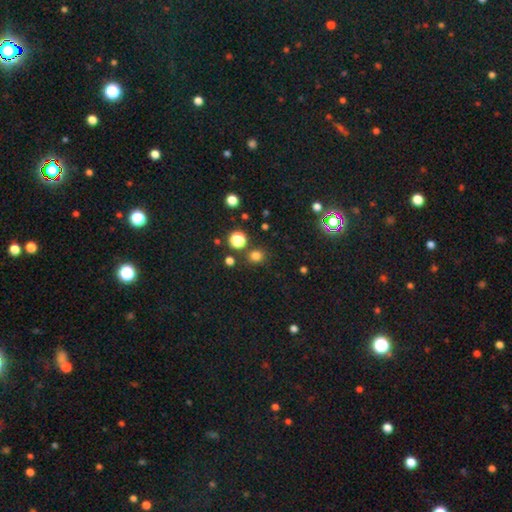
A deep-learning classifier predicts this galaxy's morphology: Smooth or featured? Predicted: smooth (p=0.77). How rounded? Predicted: round (p=0.83). Merging? Predicted: none (p=0.83).